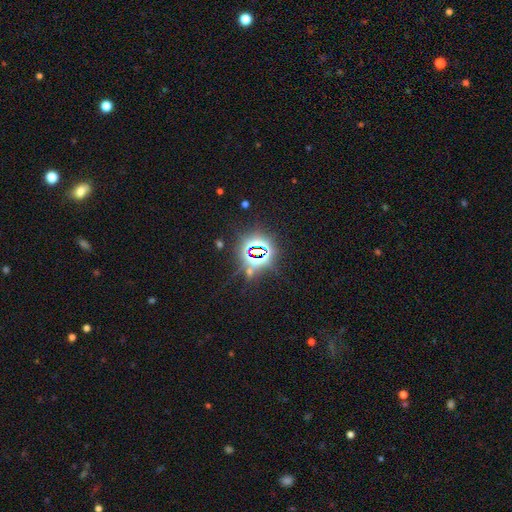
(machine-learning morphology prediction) A star or artifact, not a galaxy (81%).